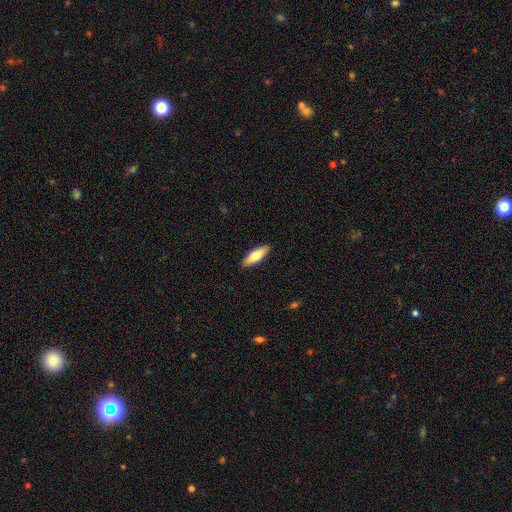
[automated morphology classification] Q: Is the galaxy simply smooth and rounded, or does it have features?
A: smooth — 66%.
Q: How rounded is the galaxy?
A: in between — 56%.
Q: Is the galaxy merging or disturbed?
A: none — 90%.